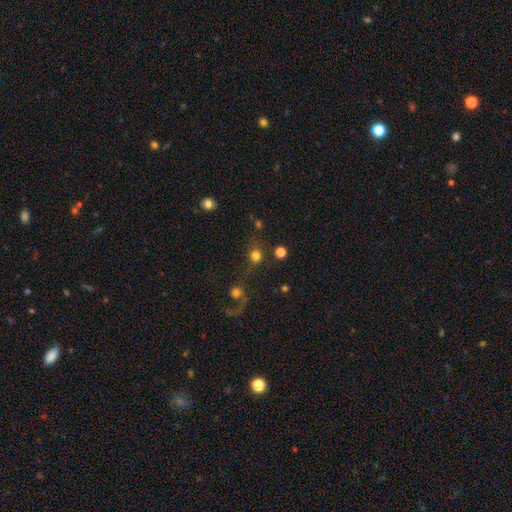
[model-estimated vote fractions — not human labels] smooth_or_featured: smooth (p=0.74) [alt: star or artifact p=0.17]
how_rounded: round (p=0.91) [alt: in between p=0.08]
merging: none (p=0.63) [alt: merger p=0.19]